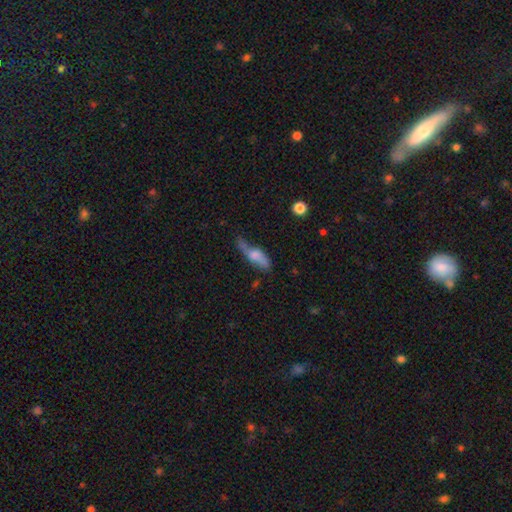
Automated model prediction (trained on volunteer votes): A smooth galaxy with no disk features (54%) that is in between round and cigar-shaped (49%). Merging: none (40%).